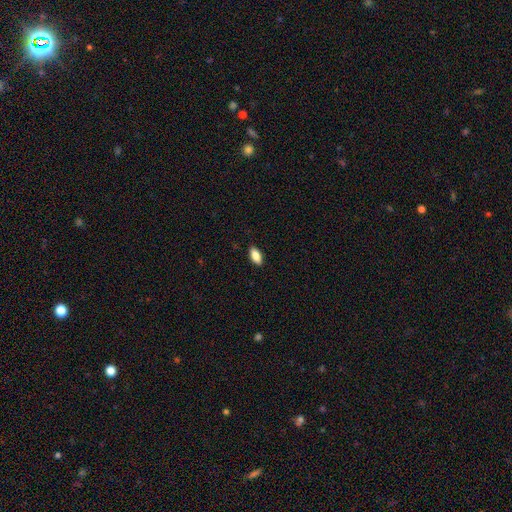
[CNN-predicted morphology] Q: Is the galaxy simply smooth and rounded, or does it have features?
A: smooth — 87%.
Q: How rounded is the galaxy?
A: in between — 90%.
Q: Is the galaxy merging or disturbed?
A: none — 89%.